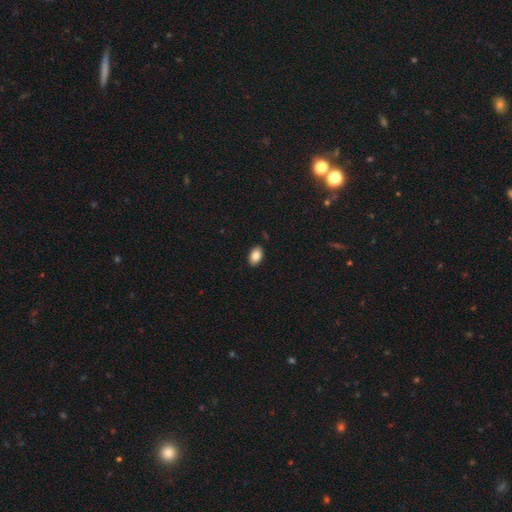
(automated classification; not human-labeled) The model was most divided on "smooth or featured": smooth: 86%, star or artifact: 8%, featured or disk: 6%. More confident: merging — none (89%); how rounded — in between (89%).